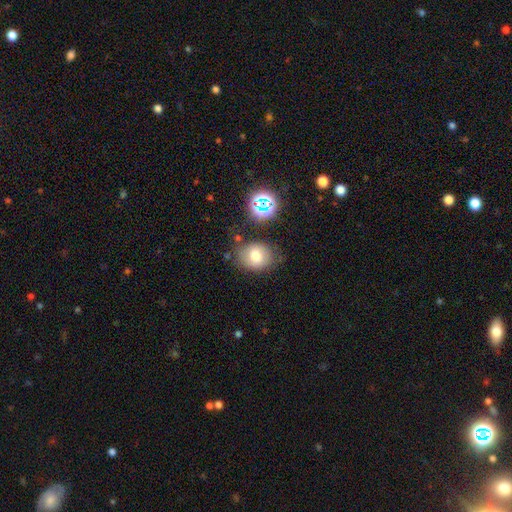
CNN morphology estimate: Smooth or featured? Predicted: smooth (p=0.69). How rounded? Predicted: in between (p=0.53). Merging? Predicted: none (p=0.70).